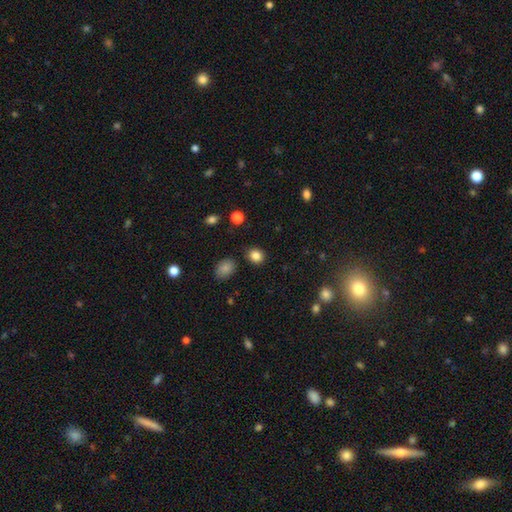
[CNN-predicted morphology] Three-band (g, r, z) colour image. It shows a smooth galaxy with no disk features (85%) that is round (69%). Merging: none (87%).